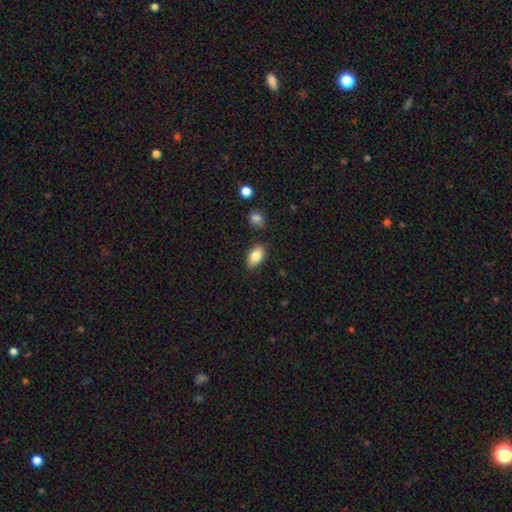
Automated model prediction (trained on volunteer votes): Morphology: type=smooth (84%); roundness=in between (92%); merging=none (84%).